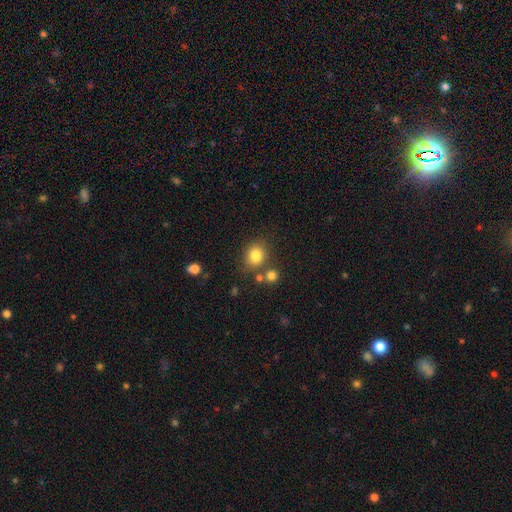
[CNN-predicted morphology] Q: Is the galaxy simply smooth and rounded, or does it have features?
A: smooth — 81%.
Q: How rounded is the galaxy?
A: round — 70%.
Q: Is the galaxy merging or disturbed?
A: none — 73%.